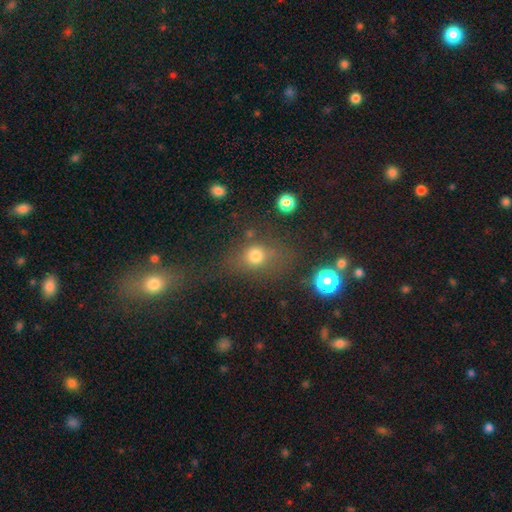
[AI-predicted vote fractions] smooth-or-featured: smooth: 71% | star or artifact: 18% | featured or disk: 11%
  how-rounded: round: 62% | in between: 35% | cigar-shaped: 3%
  merging: none: 61% | minor disturbance: 17% | major disturbance: 14% | merger: 7%